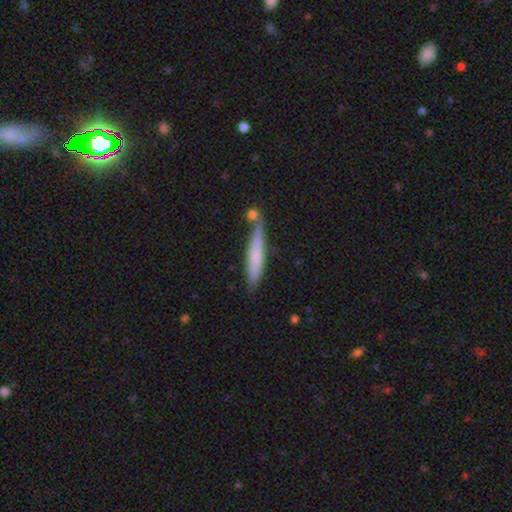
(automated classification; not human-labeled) smooth_or_featured: smooth (p=0.64) [alt: featured or disk p=0.30]
how_rounded: cigar-shaped (p=0.92) [alt: in between p=0.07]
merging: none (p=0.65) [alt: minor disturbance p=0.19]